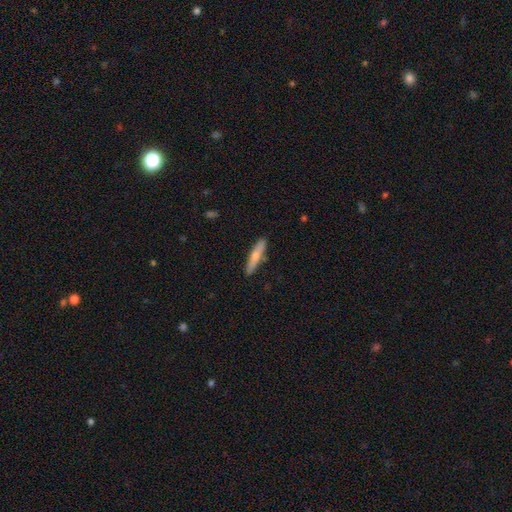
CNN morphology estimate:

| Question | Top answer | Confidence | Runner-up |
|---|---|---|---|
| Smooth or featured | smooth | 60% | featured or disk (34%) |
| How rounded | cigar-shaped | 86% | in between (12%) |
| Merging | none | 85% | minor disturbance (11%) |